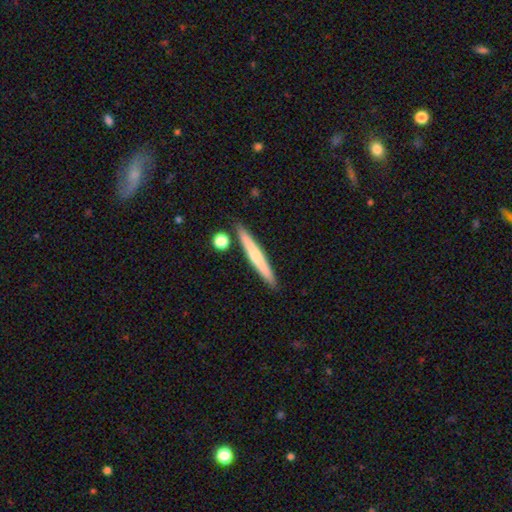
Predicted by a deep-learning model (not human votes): Smooth or featured? smooth (55%)
How rounded? cigar-shaped (96%)
Merging? none (87%)